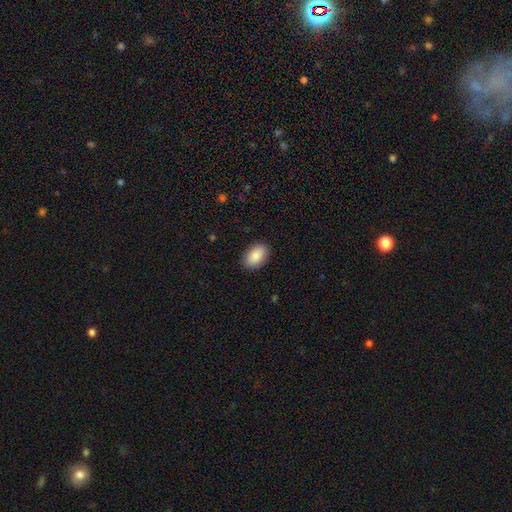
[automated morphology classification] smooth-or-featured: smooth: 88% | star or artifact: 6% | featured or disk: 5%
  how-rounded: in between: 92% | round: 7% | cigar-shaped: 1%
  merging: none: 89% | minor disturbance: 8% | major disturbance: 2% | merger: 1%